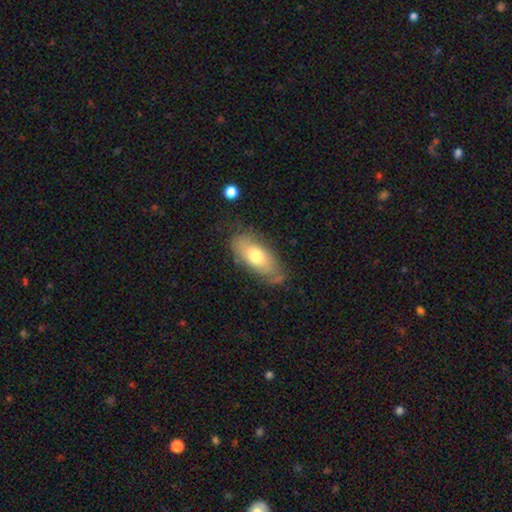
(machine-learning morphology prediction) The model was most divided on "smooth or featured": smooth: 65%, featured or disk: 29%, star or artifact: 6%. More confident: how rounded — in between (86%); merging — none (67%).